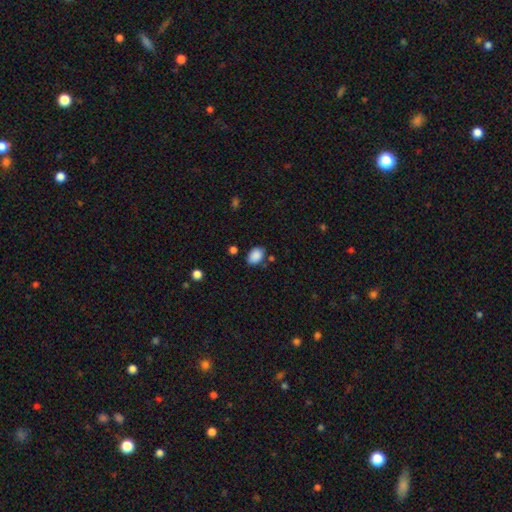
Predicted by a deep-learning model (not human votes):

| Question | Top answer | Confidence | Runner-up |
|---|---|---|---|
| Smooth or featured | smooth | 88% | star or artifact (8%) |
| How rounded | in between | 79% | round (20%) |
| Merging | none | 78% | minor disturbance (14%) |